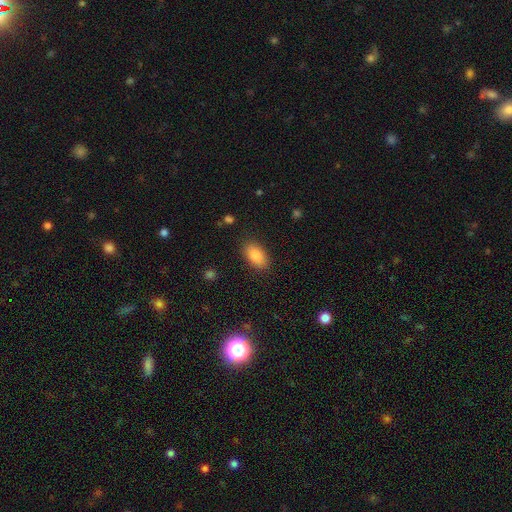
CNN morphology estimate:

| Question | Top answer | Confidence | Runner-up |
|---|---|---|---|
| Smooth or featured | smooth | 88% | star or artifact (7%) |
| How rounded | in between | 93% | round (5%) |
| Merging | none | 86% | minor disturbance (10%) |